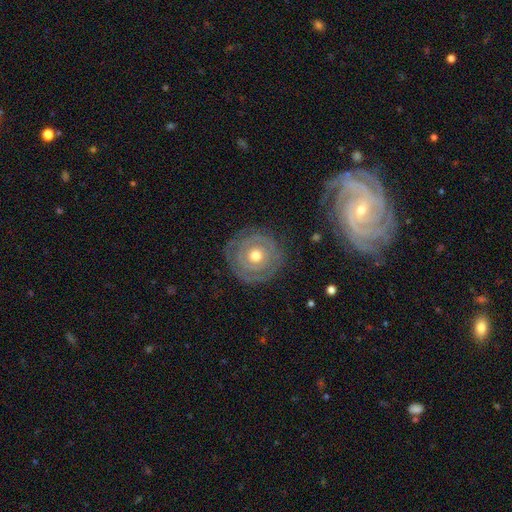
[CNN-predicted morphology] smooth_or_featured: featured or disk (p=0.70) [alt: smooth p=0.24]
disk_edge_on: no (p=0.97) [alt: yes p=0.03]
bar: no (p=0.86) [alt: weak p=0.11]
has_spiral_arms: yes (p=0.64) [alt: no p=0.36]
bulge_size: moderate (p=0.74) [alt: small p=0.17]
merging: none (p=0.78) [alt: minor disturbance p=0.14]